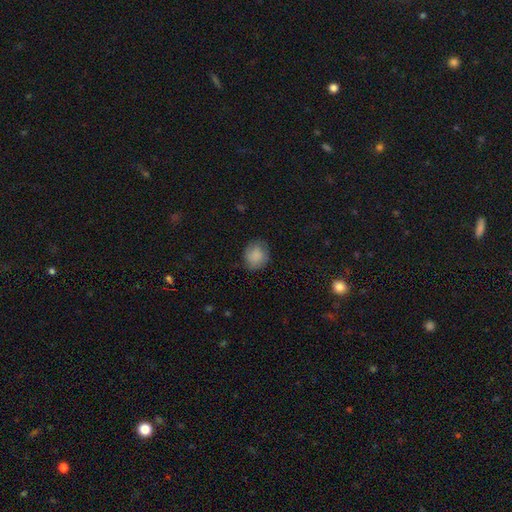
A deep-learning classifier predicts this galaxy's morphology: type=smooth (84%); roundness=round (72%); merging=none (78%).